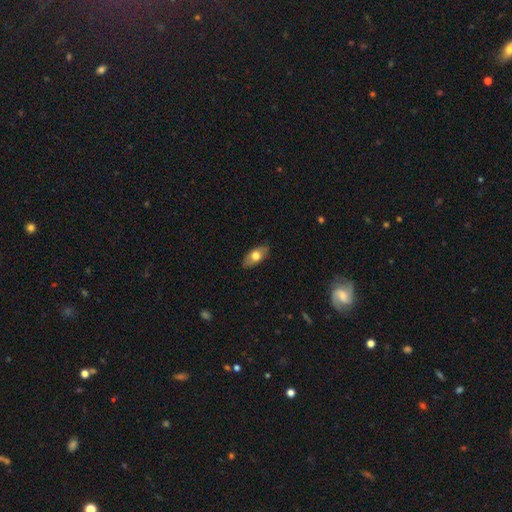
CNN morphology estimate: A smooth galaxy with no disk features (67%) that is in between round and cigar-shaped (89%). Merging: none (85%).